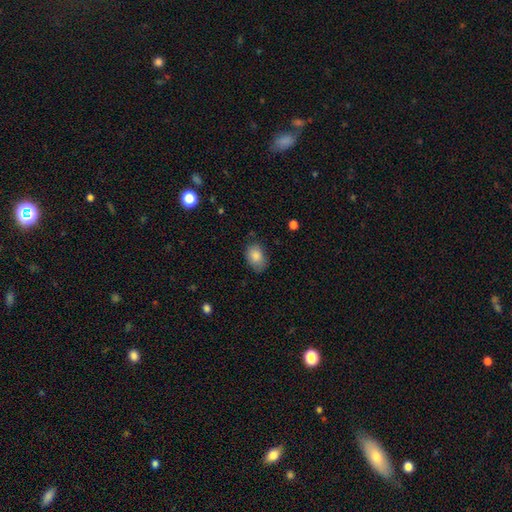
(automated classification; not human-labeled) Morphology: type=smooth (84%); roundness=in between (80%); merging=none (69%).